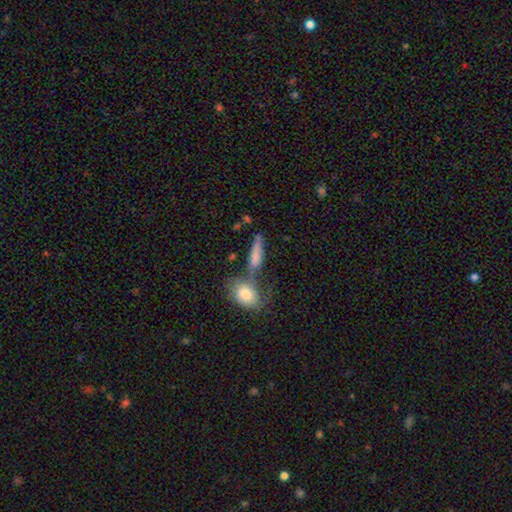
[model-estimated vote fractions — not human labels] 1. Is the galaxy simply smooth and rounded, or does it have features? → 74% smooth, 17% featured or disk, 8% star or artifact.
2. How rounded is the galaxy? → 52% cigar-shaped, 39% in between, 9% round.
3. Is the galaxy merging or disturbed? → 41% none, 37% merger, 14% minor disturbance, 8% major disturbance.